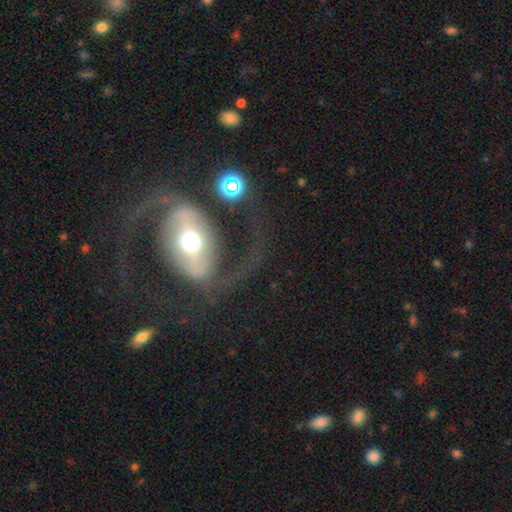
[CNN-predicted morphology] The model was most divided on "bar": strong: 43%, weak: 31%, no: 26%. More confident: edge-on disk — no (97%); spiral arm count — 2 (93%); spiral arms — yes (92%); smooth or featured — featured or disk (87%); merging — none (72%); bulge size — moderate (69%); spiral winding — medium (51%).